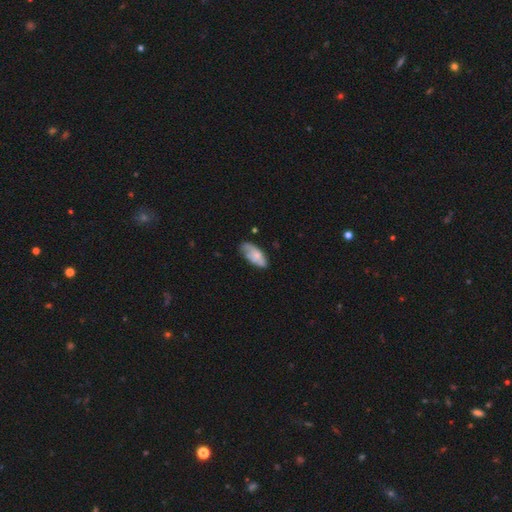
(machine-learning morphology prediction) The model was most divided on "merging": none: 60%, minor disturbance: 30%, major disturbance: 8%, merger: 2%. More confident: how rounded — in between (87%); smooth or featured — smooth (62%).